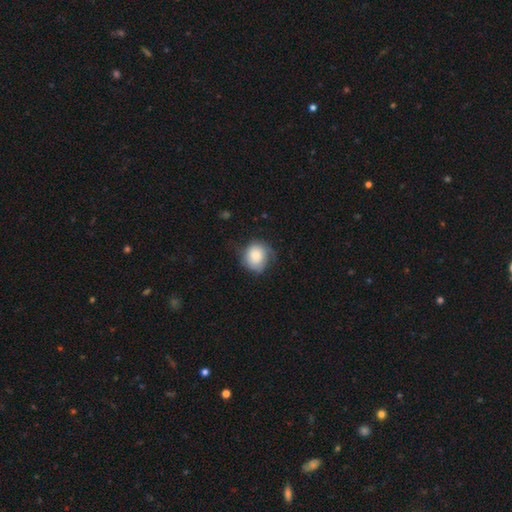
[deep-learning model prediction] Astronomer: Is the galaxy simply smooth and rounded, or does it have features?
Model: smooth — 70%.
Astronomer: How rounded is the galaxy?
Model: round — 79%.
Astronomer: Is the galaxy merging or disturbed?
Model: none — 53% (runner-up: minor disturbance, 31%).